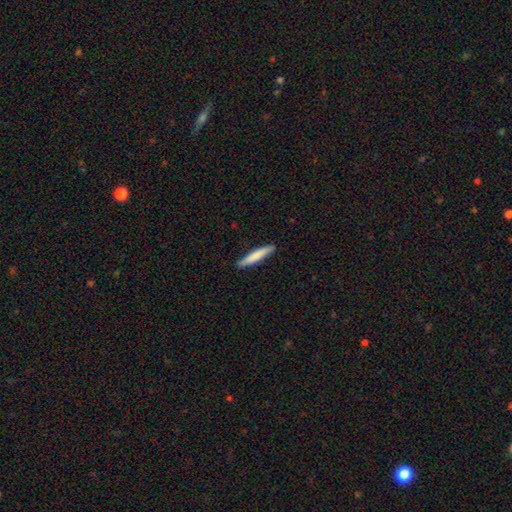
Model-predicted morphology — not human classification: smooth_or_featured: smooth (p=0.77) [alt: featured or disk p=0.18]
how_rounded: cigar-shaped (p=0.92) [alt: in between p=0.07]
merging: none (p=0.88) [alt: minor disturbance p=0.09]